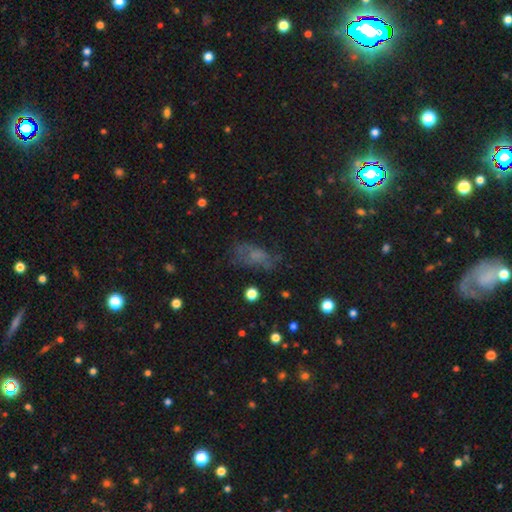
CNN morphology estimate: smooth-or-featured: smooth: 46% | featured or disk: 27% | star or artifact: 27%
  merging: none: 52% | minor disturbance: 23% | major disturbance: 22% | merger: 3%